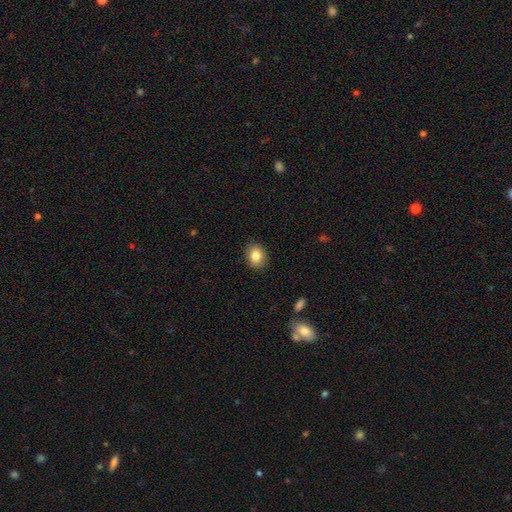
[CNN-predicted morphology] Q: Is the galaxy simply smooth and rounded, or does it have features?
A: smooth — 84%.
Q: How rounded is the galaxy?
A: in between — 55%.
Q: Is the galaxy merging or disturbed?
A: none — 88%.